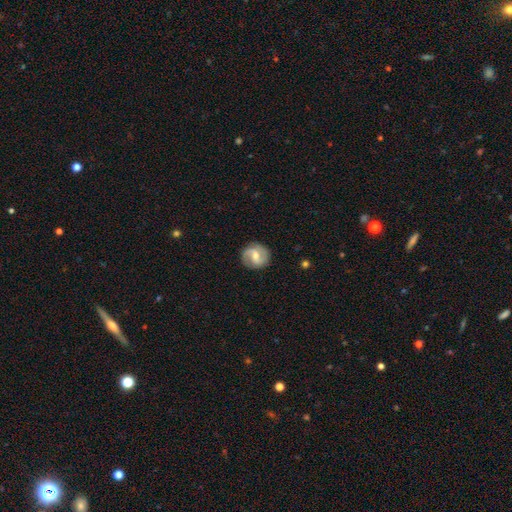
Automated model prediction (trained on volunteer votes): Morphology: type=featured or disk (70%); edge-on=no (97%); bar=weak (54%); spiral arms=yes (90%); winding=medium (45%); arm count=2 (83%); bulge=moderate (58%); merging=none (83%).